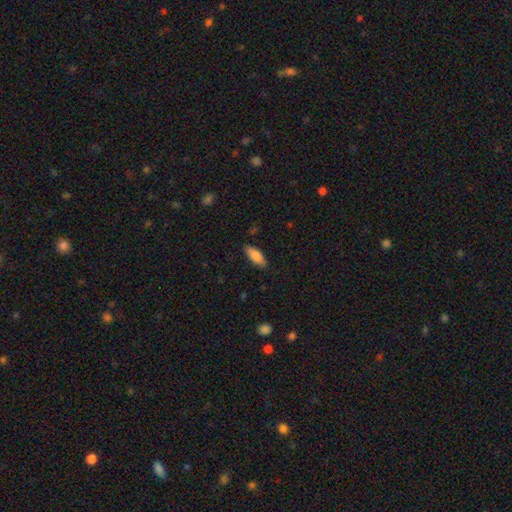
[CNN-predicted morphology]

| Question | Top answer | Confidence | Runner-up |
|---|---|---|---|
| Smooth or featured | smooth | 80% | featured or disk (13%) |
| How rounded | in between | 70% | cigar-shaped (28%) |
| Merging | none | 86% | minor disturbance (10%) |